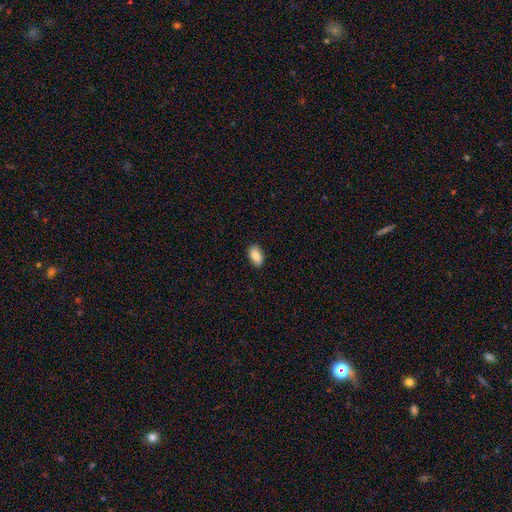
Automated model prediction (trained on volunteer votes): This appears to be a smooth galaxy with no disk features (87%) that is in between round and cigar-shaped (92%). Merging: none (86%).